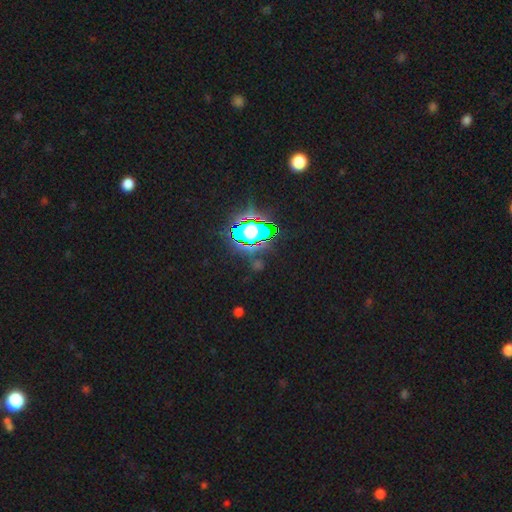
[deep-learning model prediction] Morphology: type=star or artifact (83%).